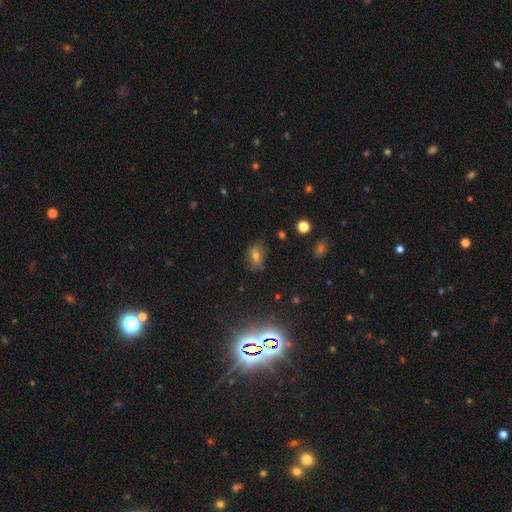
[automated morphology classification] A smooth galaxy with no disk features (48%). Merging: none (71%).